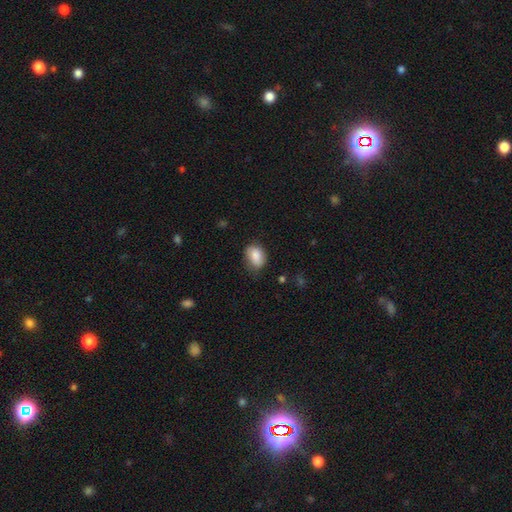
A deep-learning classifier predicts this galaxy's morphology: The model was most divided on "merging": none: 66%, minor disturbance: 27%, major disturbance: 6%, merger: 2%. More confident: smooth or featured — smooth (86%); how rounded — in between (74%).